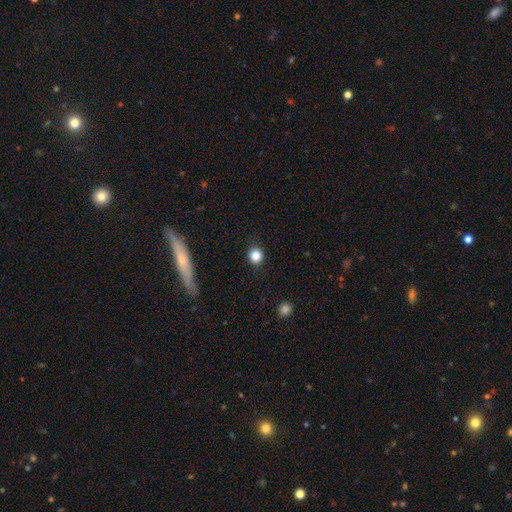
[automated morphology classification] This appears to be a smooth galaxy with no disk features (84%) that is round (87%). Merging: none (89%).